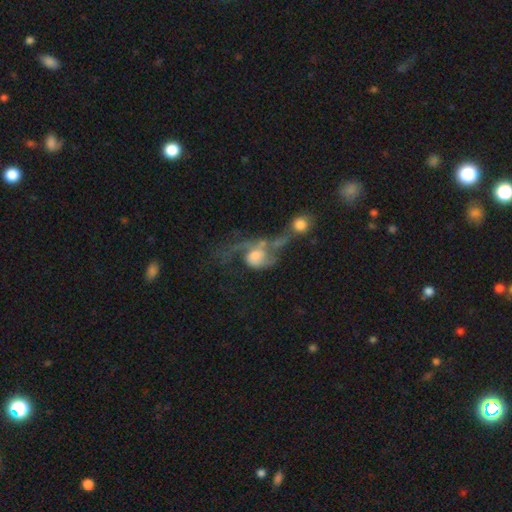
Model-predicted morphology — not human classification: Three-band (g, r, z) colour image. It shows a featured or disk galaxy (63%) with no bar (69%), spiral arms (78%) and a moderate central bulge (41%). Merging: merger (48%).